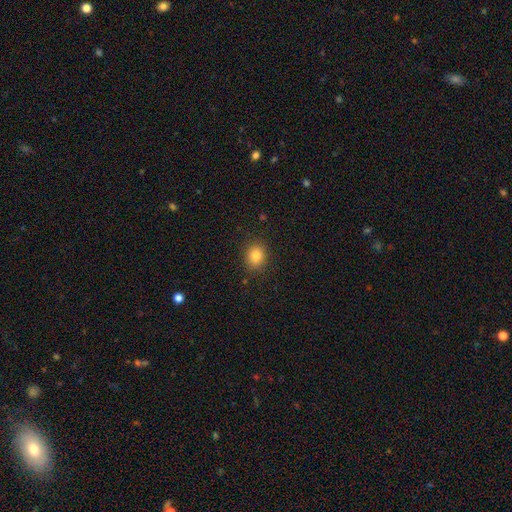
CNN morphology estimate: A smooth galaxy with no disk features (83%) that is round (60%).

Vote fractions:
- Smooth or featured? smooth: 83% / star or artifact: 11% / featured or disk: 6%
- How rounded? round: 60% / in between: 39% / cigar-shaped: 1%
- Merging? none: 86% / minor disturbance: 10% / major disturbance: 3% / merger: 1%